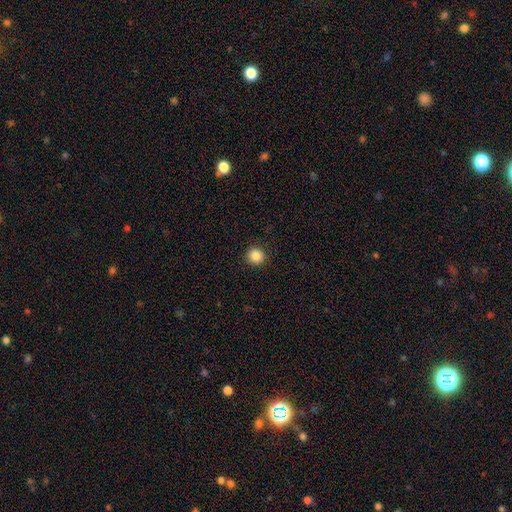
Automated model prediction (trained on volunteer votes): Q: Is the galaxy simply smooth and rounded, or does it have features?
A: smooth — 86%.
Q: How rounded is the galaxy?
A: round — 95%.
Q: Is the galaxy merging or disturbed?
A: none — 93%.